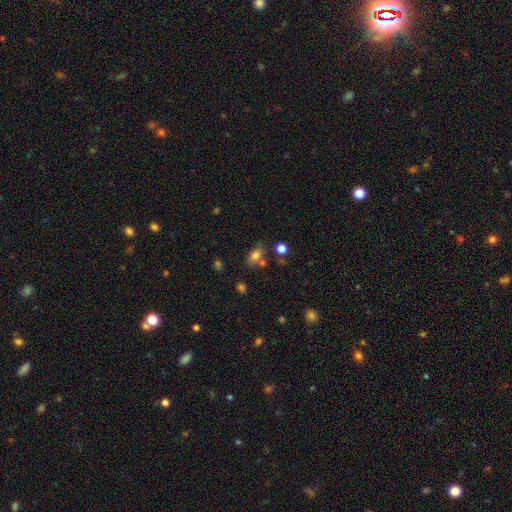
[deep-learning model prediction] Smooth or featured?
  - smooth: 78% *
  - star or artifact: 12%
  - featured or disk: 10%
How rounded?
  - in between: 82% *
  - round: 14%
  - cigar-shaped: 4%
Merging?
  - none: 64% *
  - minor disturbance: 17%
  - merger: 14%
  - major disturbance: 6%